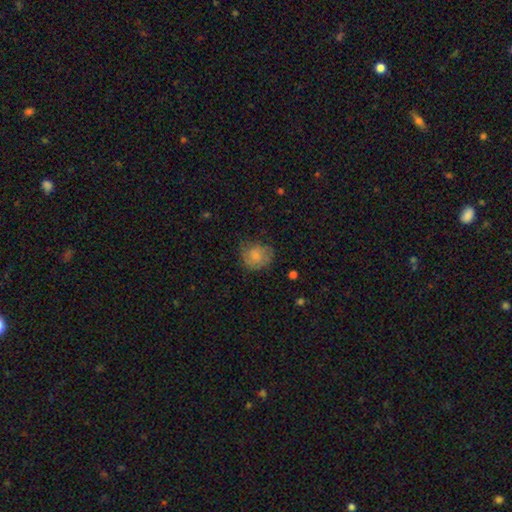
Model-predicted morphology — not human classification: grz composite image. It shows a smooth galaxy with no disk features (67%) that is round (73%). Merging: none (61%).